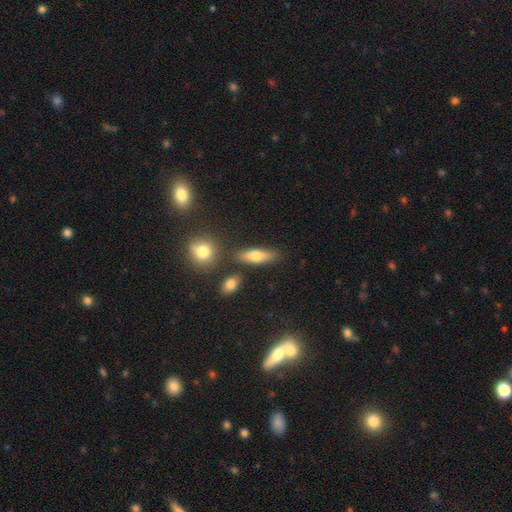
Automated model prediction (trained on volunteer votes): Smooth or featured?
  - smooth: 70% *
  - featured or disk: 22%
  - star or artifact: 8%
How rounded?
  - in between: 55% *
  - cigar-shaped: 38%
  - round: 7%
Merging?
  - none: 78% *
  - minor disturbance: 11%
  - merger: 8%
  - major disturbance: 3%